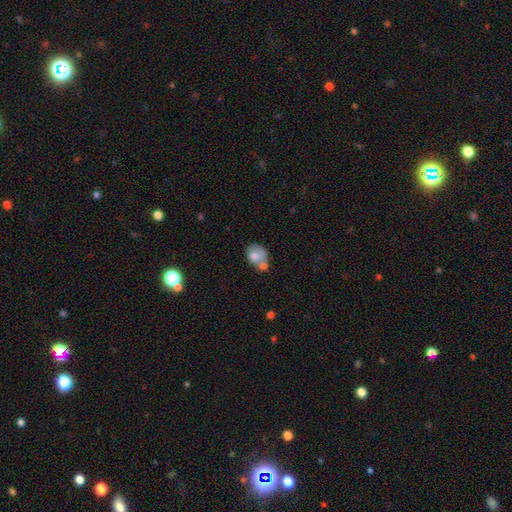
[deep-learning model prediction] Morphology: type=smooth (65%); roundness=in between (66%); merging=merger (44%).